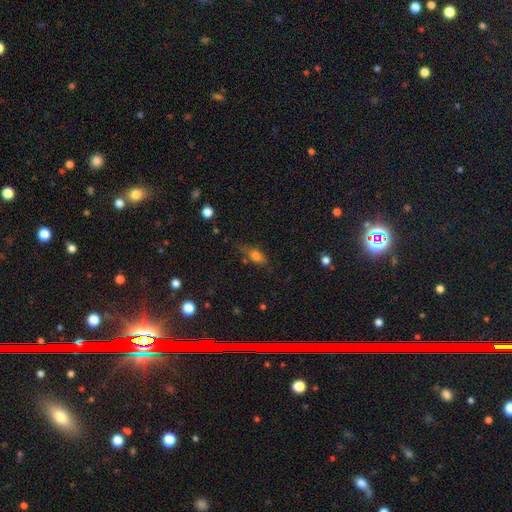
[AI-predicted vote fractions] smooth_or_featured: smooth (p=0.72) [alt: star or artifact p=0.15]
how_rounded: in between (p=0.76) [alt: cigar-shaped p=0.16]
merging: none (p=0.58) [alt: minor disturbance p=0.26]